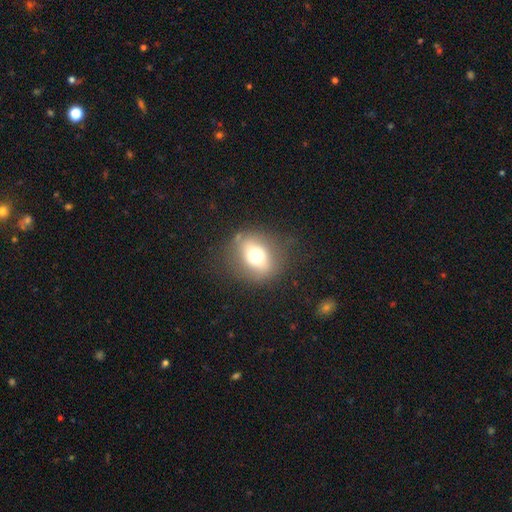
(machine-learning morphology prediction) Smooth or featured? Predicted: smooth (p=0.62). How rounded? Predicted: round (p=0.59). Merging? Predicted: none (p=0.77).